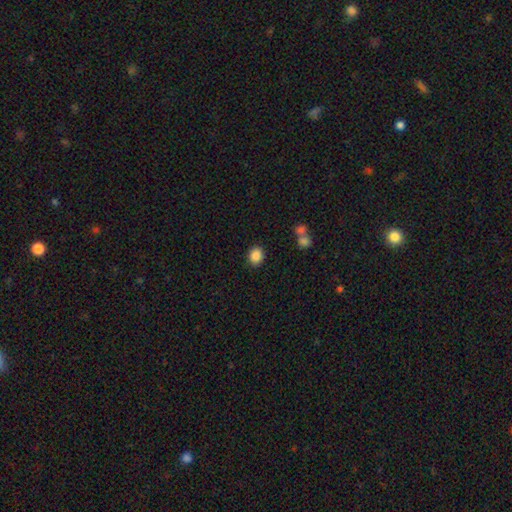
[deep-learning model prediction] smooth_or_featured: smooth (p=0.87) [alt: star or artifact p=0.09]
how_rounded: round (p=0.60) [alt: in between p=0.39]
merging: none (p=0.86) [alt: minor disturbance p=0.08]